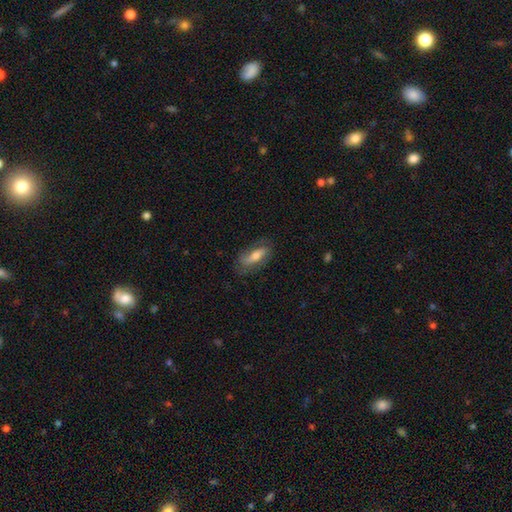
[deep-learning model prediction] This is possibly a smooth galaxy (51%). How rounded: likely in between (65%). Merging: likely none (72%).